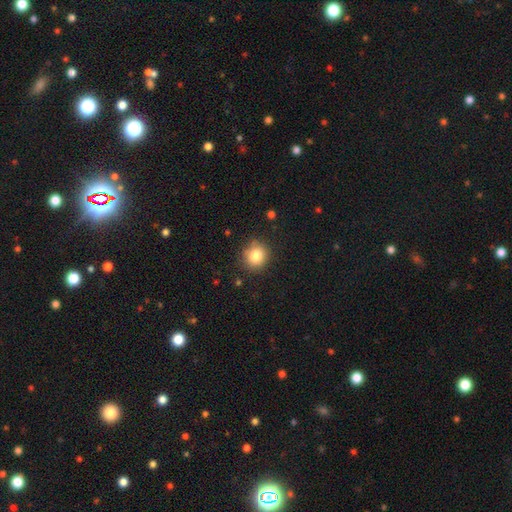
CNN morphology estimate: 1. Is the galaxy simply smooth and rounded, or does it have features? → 82% smooth, 11% star or artifact, 7% featured or disk.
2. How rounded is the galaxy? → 85% round, 14% in between, 1% cigar-shaped.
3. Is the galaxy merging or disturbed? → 84% none, 12% minor disturbance, 3% major disturbance, 2% merger.